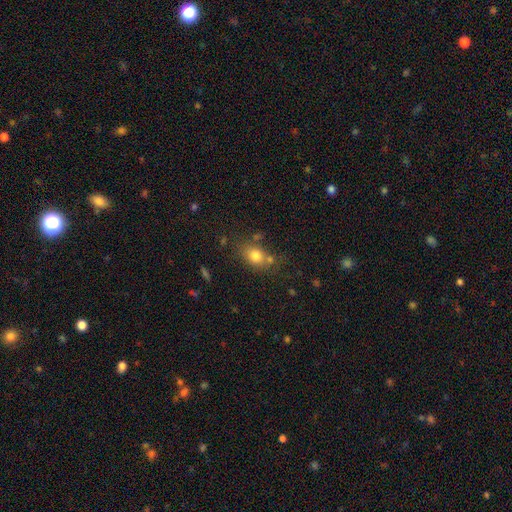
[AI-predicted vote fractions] A smooth galaxy with no disk features (77%) that is in between round and cigar-shaped (56%). Merging: none (60%).